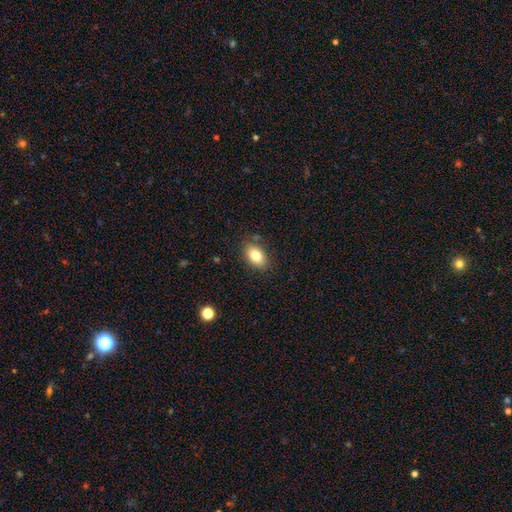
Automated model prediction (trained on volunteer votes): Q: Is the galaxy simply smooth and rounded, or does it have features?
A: smooth — 80%.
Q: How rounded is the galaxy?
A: in between — 87%.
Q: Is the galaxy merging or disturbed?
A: none — 84%.